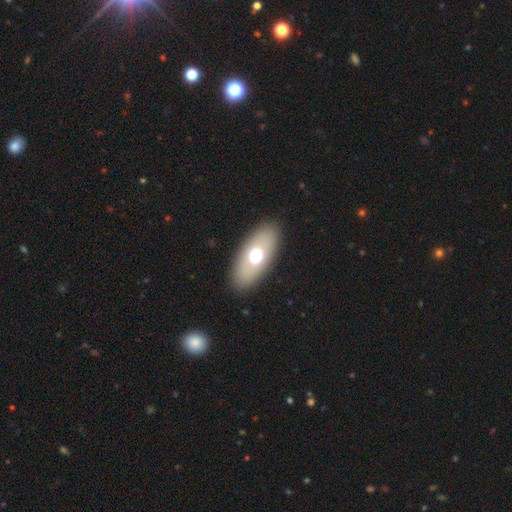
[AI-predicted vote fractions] This is likely a smooth galaxy (63%). How rounded: clearly in between (87%). Merging: clearly none (89%).